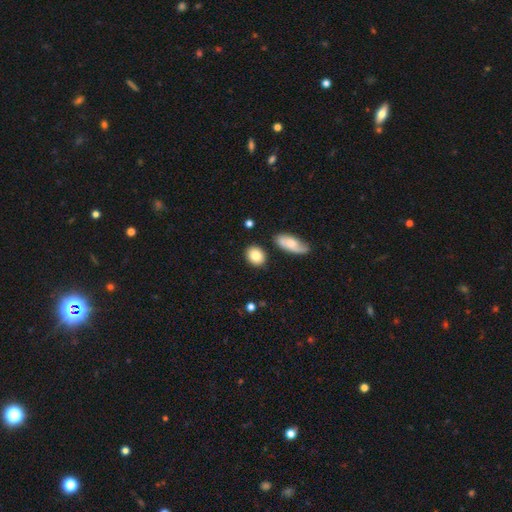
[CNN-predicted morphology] type=smooth (82%); roundness=round (51%); merging=none (82%).